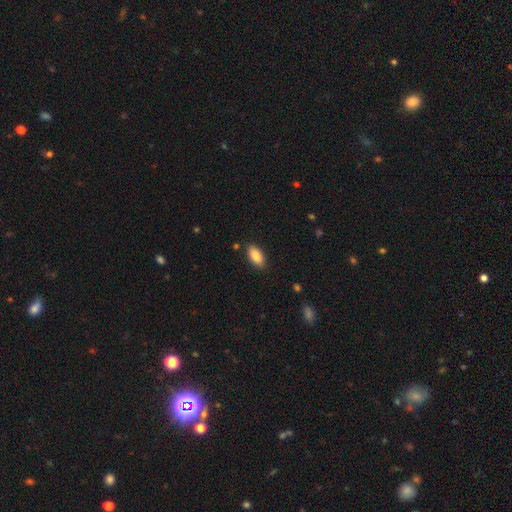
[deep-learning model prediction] smooth_or_featured: smooth (p=0.87) [alt: star or artifact p=0.07]
how_rounded: in between (p=0.91) [alt: cigar-shaped p=0.07]
merging: none (p=0.87) [alt: minor disturbance p=0.09]